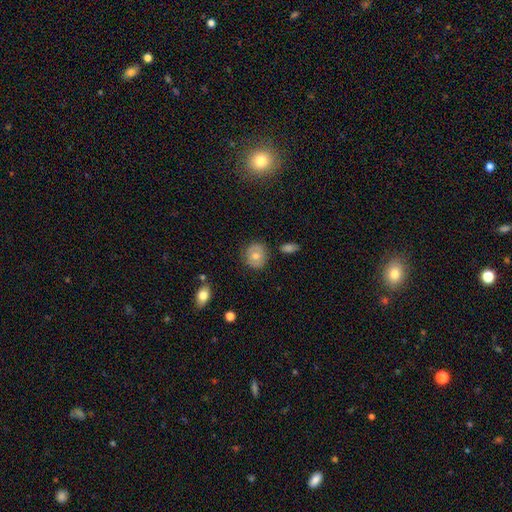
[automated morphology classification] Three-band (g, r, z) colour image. It shows a smooth galaxy with no disk features (68%) that is round (81%). Merging: none (80%).